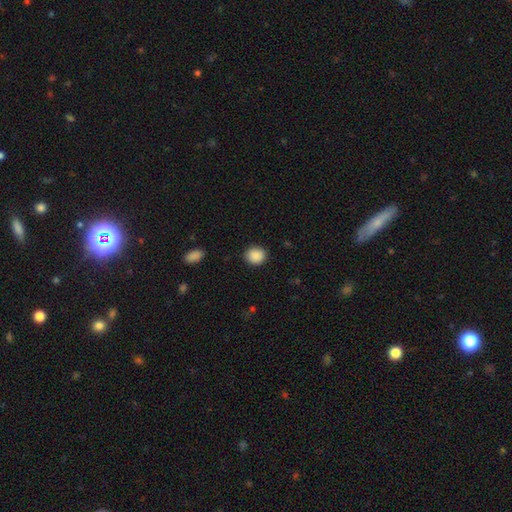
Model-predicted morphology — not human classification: The model was most divided on "how rounded": round: 79%, in between: 20%, cigar-shaped: 1%. More confident: smooth or featured — smooth (89%); merging — none (89%).